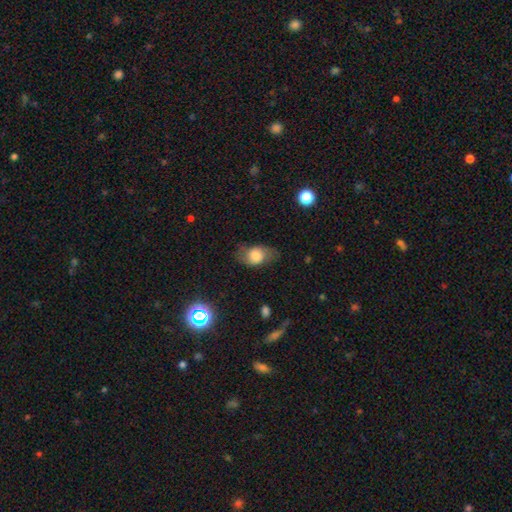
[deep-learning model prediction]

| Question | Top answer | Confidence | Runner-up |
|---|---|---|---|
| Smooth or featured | smooth | 66% | featured or disk (25%) |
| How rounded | in between | 79% | round (19%) |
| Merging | none | 64% | minor disturbance (24%) |